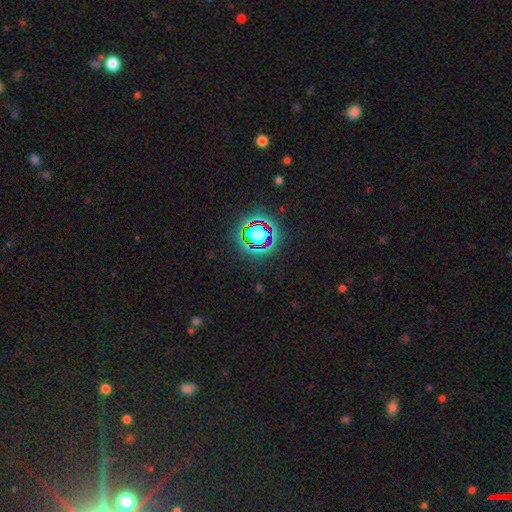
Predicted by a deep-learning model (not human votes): star or artifact 81%, smooth 11%, featured or disk 8%.